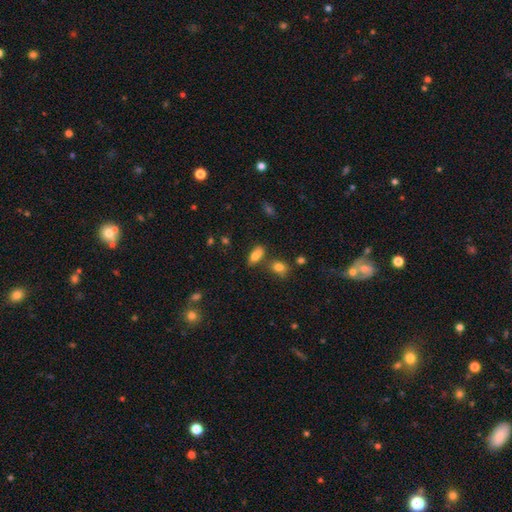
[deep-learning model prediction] This appears to be a smooth galaxy with no disk features (76%) that is in between round and cigar-shaped (80%). Merging: none (60%).